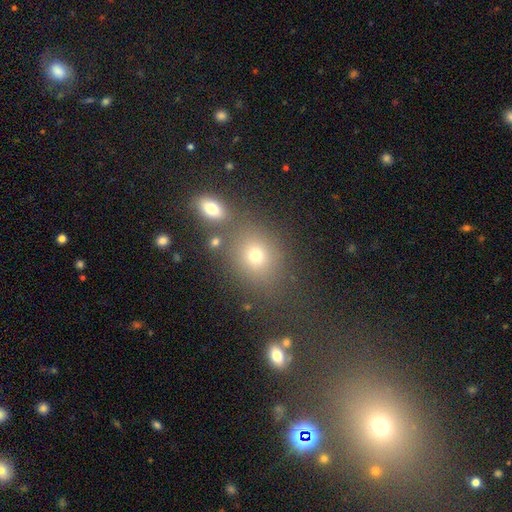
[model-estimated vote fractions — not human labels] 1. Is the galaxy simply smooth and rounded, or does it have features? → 69% smooth, 19% star or artifact, 12% featured or disk.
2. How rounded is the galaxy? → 61% round, 38% in between, 2% cigar-shaped.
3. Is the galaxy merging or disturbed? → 68% none, 15% merger, 11% minor disturbance, 6% major disturbance.